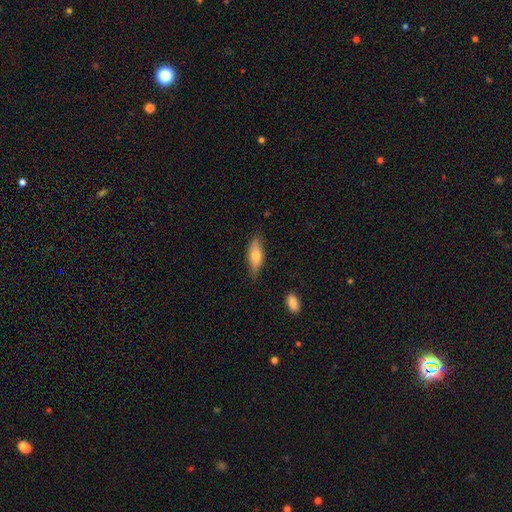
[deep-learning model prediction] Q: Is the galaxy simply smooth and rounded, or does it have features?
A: smooth — 67%.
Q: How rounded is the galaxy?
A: in between — 65%.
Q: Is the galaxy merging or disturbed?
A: none — 77%.